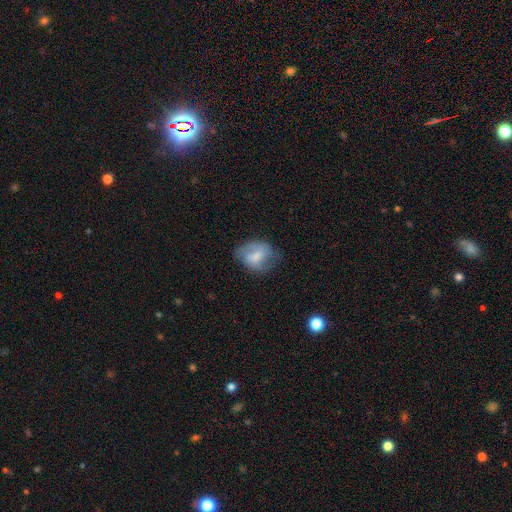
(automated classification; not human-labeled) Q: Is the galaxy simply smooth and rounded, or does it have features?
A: featured or disk — 47%.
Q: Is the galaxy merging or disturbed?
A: none — 54%.